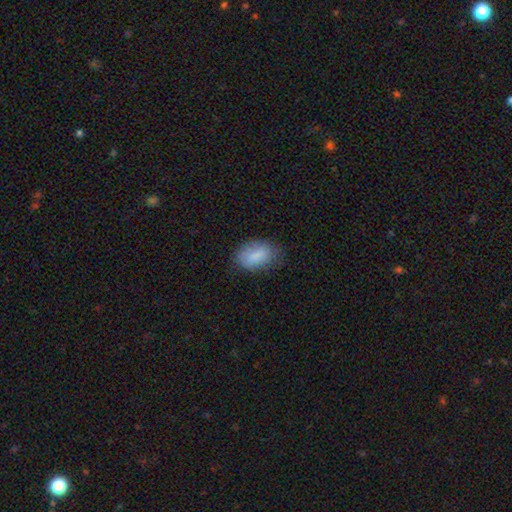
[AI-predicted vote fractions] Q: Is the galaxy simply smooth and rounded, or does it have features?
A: smooth — 85%.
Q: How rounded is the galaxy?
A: in between — 90%.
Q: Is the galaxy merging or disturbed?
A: none — 73%.